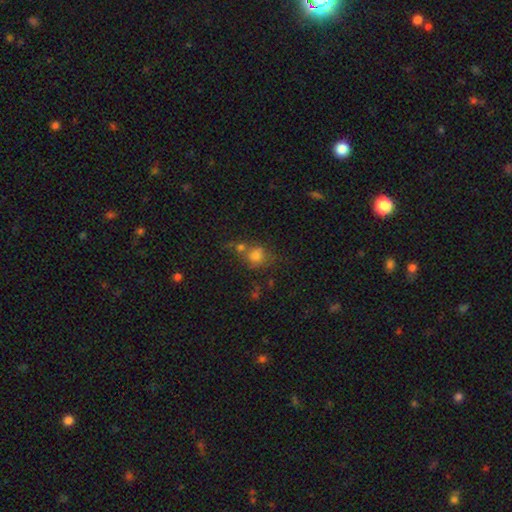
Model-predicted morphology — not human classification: Smooth or featured: smooth — 69% (featured or disk — 16%)
How rounded: round — 75% (in between — 24%)
Merging: none — 40% (merger — 36%)